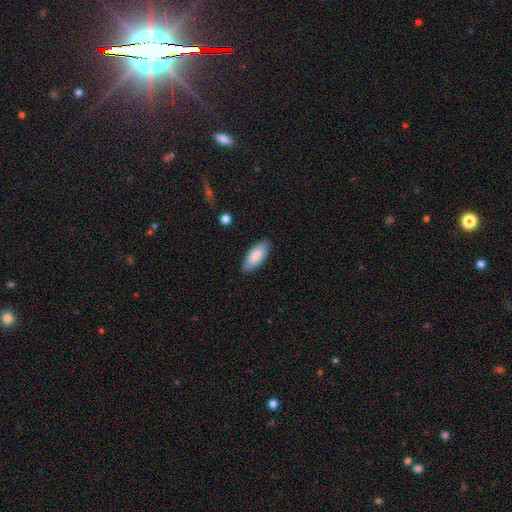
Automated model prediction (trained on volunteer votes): Overall: smooth (85%). How rounded: in between (84%). Merging: none (87%).